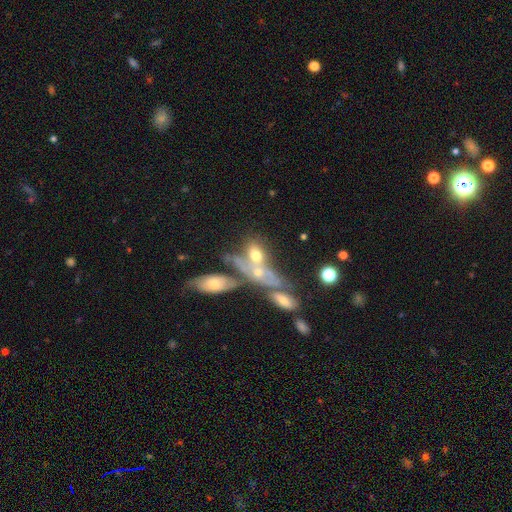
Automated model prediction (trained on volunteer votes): The model was most divided on "smooth or featured": smooth: 50%, featured or disk: 38%, star or artifact: 12%. More confident: how rounded — in between (75%); merging — merger (56%).